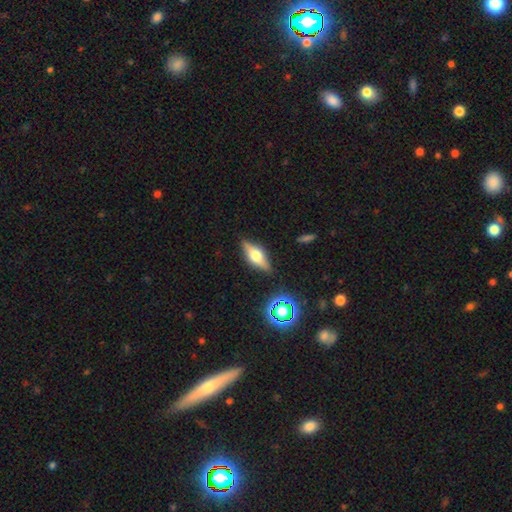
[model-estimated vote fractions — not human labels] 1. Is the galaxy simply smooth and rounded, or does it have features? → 56% featured or disk, 34% smooth, 10% star or artifact.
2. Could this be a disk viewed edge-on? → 91% yes, 9% no.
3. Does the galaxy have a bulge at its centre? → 91% rounded, 7% boxy, 2% none.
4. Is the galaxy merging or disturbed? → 84% none, 11% minor disturbance, 3% major disturbance, 2% merger.